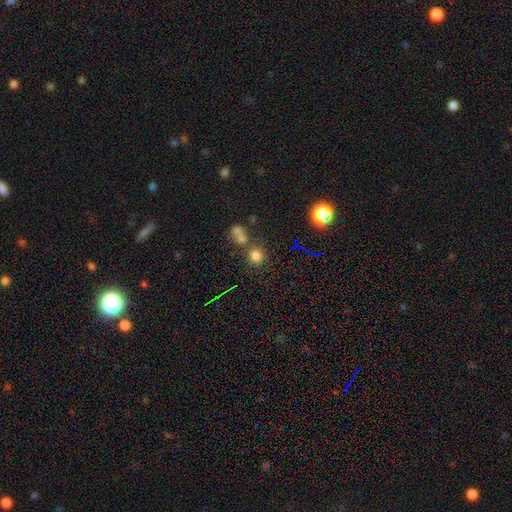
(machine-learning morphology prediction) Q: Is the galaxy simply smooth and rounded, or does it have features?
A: smooth — 72%.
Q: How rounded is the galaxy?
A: round — 88%.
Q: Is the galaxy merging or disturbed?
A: none — 64%.